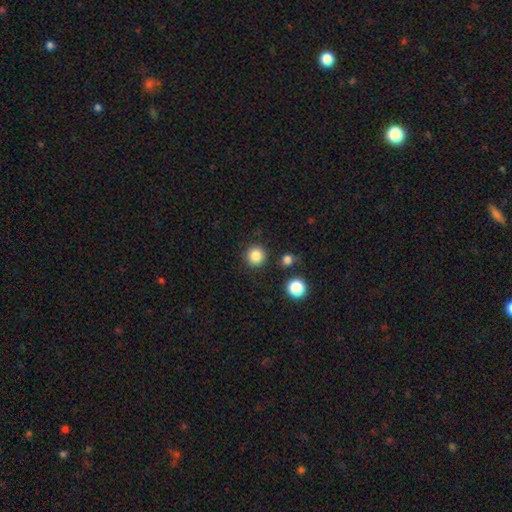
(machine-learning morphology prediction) Q: Smooth or featured?
A: smooth (86%); runner-up: star or artifact (10%)
Q: How rounded?
A: round (94%); runner-up: in between (5%)
Q: Merging?
A: none (89%); runner-up: minor disturbance (6%)